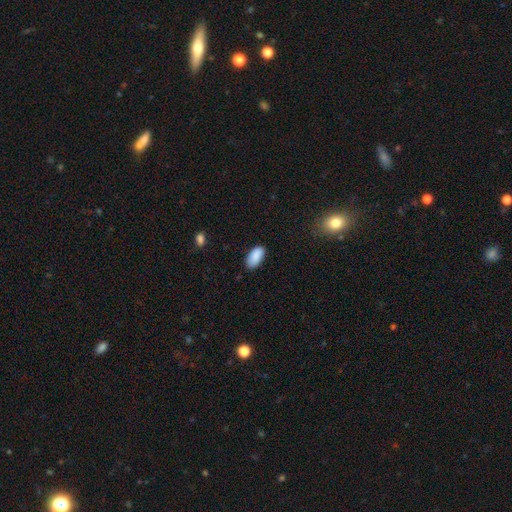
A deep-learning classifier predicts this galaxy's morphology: smooth_or_featured: smooth (p=0.89) [alt: star or artifact p=0.07]
how_rounded: in between (p=0.95) [alt: cigar-shaped p=0.03]
merging: none (p=0.82) [alt: minor disturbance p=0.14]